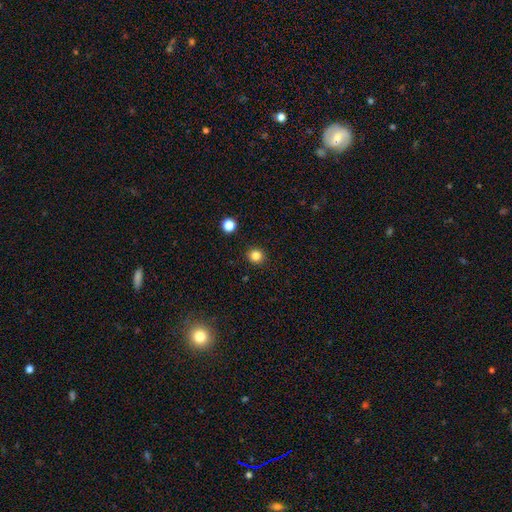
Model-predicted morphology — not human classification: smooth-or-featured: smooth: 84% | star or artifact: 12% | featured or disk: 4%
  how-rounded: round: 92% | in between: 7% | cigar-shaped: 1%
  merging: none: 91% | minor disturbance: 5% | major disturbance: 2% | merger: 1%